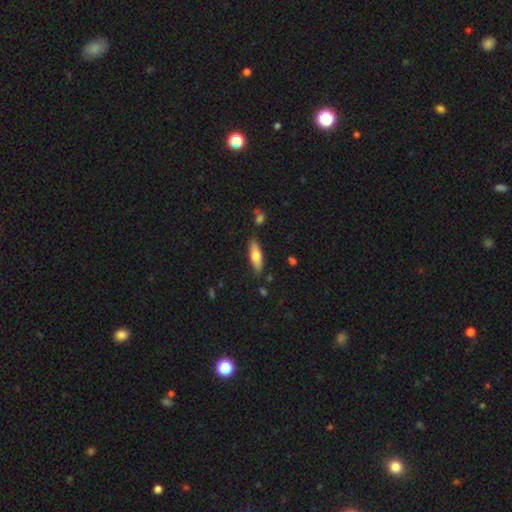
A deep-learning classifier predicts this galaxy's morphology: Q: Smooth or featured?
A: smooth (64%); runner-up: featured or disk (30%)
Q: How rounded?
A: in between (50%); runner-up: cigar-shaped (48%)
Q: Merging?
A: none (82%); runner-up: minor disturbance (12%)